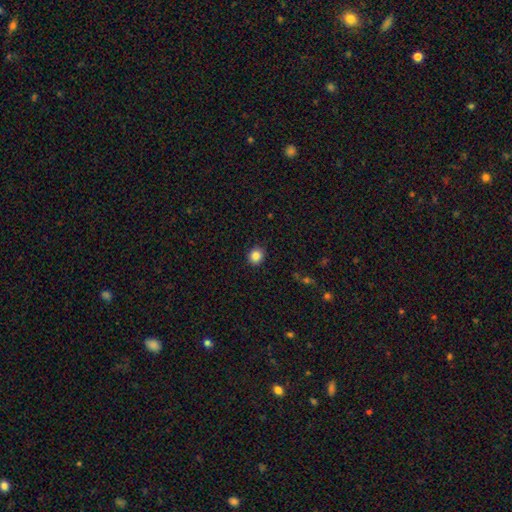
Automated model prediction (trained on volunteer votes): A smooth galaxy with no disk features (85%) that is round (81%).

Vote fractions:
- Smooth or featured? smooth: 85% / star or artifact: 10% / featured or disk: 5%
- How rounded? round: 81% / in between: 18% / cigar-shaped: 1%
- Merging? none: 90% / minor disturbance: 7% / major disturbance: 2% / merger: 1%